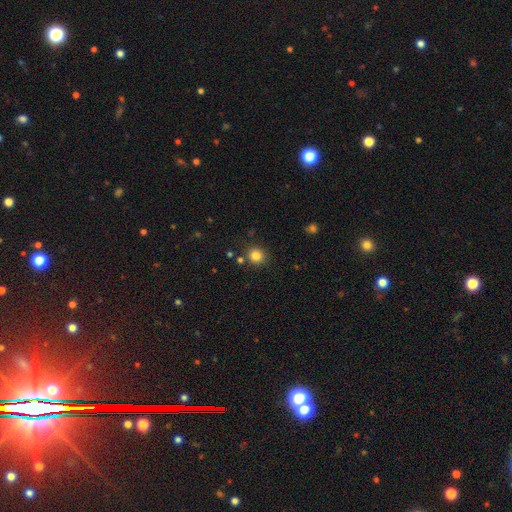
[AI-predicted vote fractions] This appears to be a smooth galaxy with no disk features (83%) that is round (85%). Merging: none (84%).